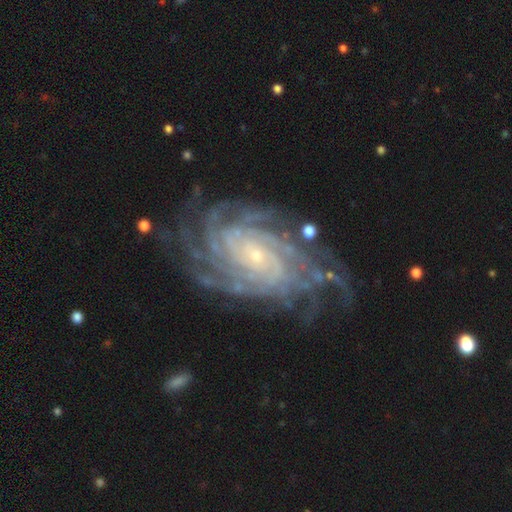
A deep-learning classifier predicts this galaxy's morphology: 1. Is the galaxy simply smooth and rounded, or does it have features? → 91% featured or disk, 5% star or artifact, 3% smooth.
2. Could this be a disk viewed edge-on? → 97% no, 3% yes.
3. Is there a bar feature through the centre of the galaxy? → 66% no, 24% weak, 9% strong.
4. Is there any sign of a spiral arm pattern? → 98% yes, 2% no.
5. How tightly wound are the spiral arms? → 79% tight, 18% medium, 3% loose.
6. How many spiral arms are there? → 35% more than 4, 22% 4, 17% can't tell, 10% 3, 9% 2, 8% 1.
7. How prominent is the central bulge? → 84% small, 11% moderate, 2% none, 1% large, 1% dominant.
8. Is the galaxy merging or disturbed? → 75% none, 16% minor disturbance, 7% major disturbance, 2% merger.